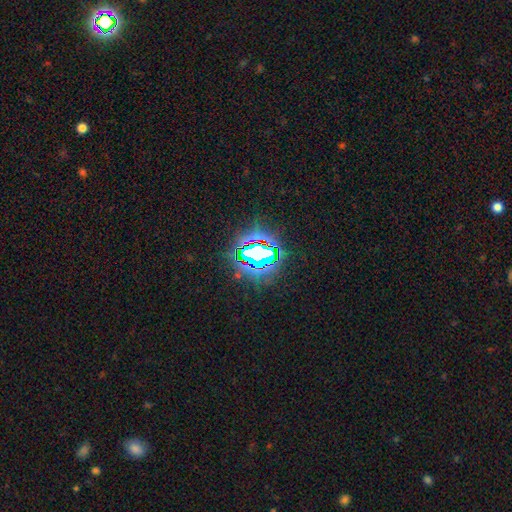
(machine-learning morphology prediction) This appears to be a star or artifact, not a galaxy (73%).